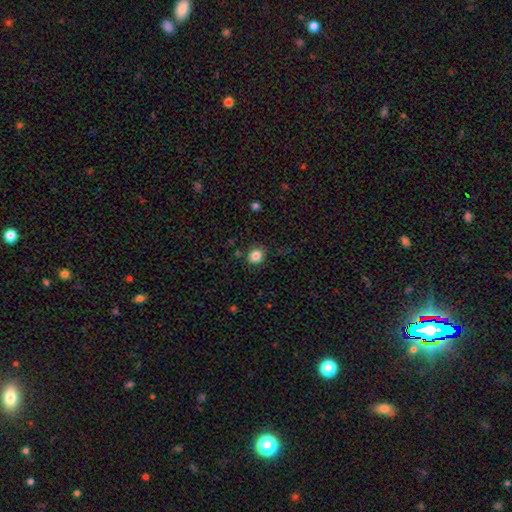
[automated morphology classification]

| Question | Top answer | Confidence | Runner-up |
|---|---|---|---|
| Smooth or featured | smooth | 84% | star or artifact (11%) |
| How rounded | round | 78% | in between (21%) |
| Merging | none | 85% | minor disturbance (10%) |